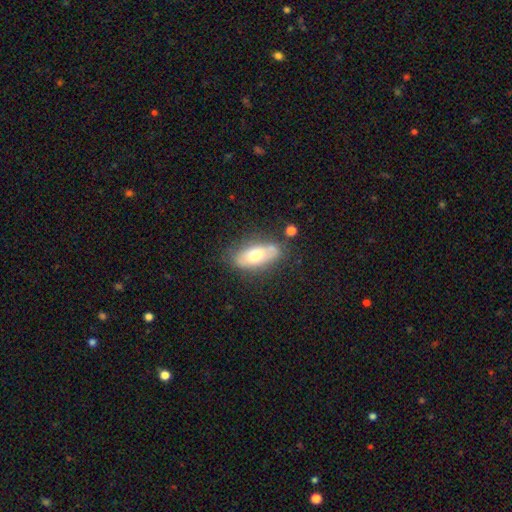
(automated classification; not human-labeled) Smooth or featured: smooth — 57% (featured or disk — 35%)
How rounded: in between — 85% (cigar-shaped — 11%)
Merging: none — 67% (minor disturbance — 20%)